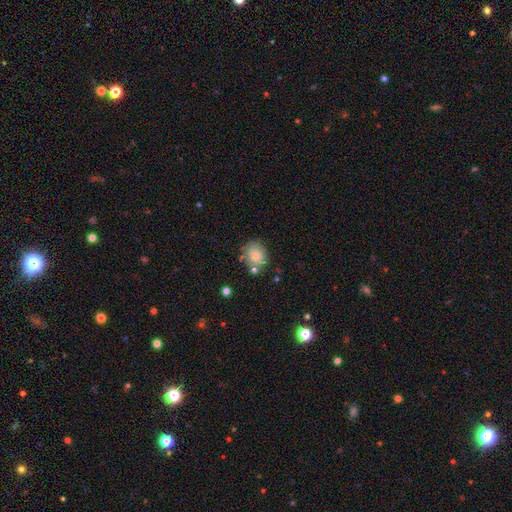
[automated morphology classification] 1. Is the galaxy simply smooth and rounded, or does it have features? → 80% smooth, 12% featured or disk, 9% star or artifact.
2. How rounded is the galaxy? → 62% round, 37% in between, 1% cigar-shaped.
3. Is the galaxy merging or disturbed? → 68% none, 18% minor disturbance, 9% merger, 5% major disturbance.